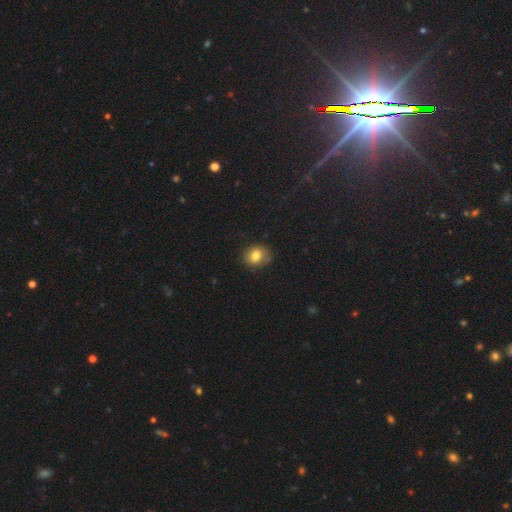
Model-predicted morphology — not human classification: This is likely a smooth galaxy (79%). How rounded: possibly round (53%). Merging: likely none (74%).